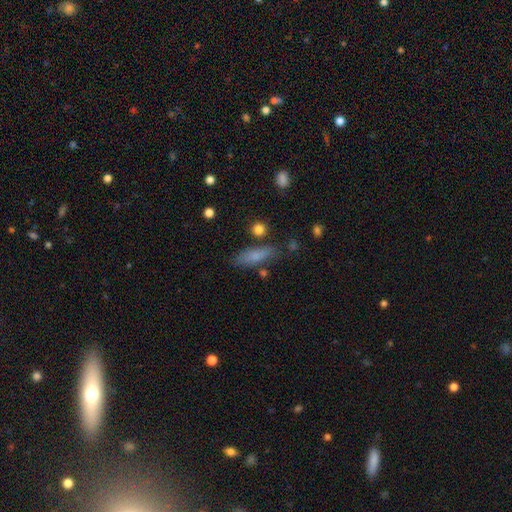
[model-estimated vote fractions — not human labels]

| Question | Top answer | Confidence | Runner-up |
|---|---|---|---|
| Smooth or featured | smooth | 73% | featured or disk (18%) |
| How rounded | cigar-shaped | 53% | in between (43%) |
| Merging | none | 75% | minor disturbance (15%) |